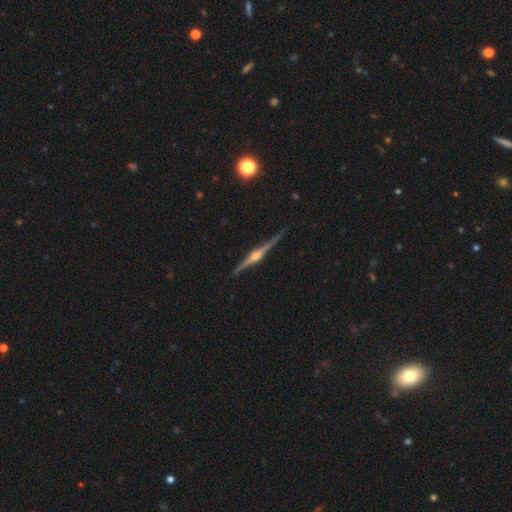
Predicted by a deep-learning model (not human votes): The model was most divided on "merging": none: 89%, minor disturbance: 8%, major disturbance: 2%, merger: 1%. More confident: edge-on disk — yes (98%); edge-on bulge — rounded (93%); smooth or featured — featured or disk (88%).